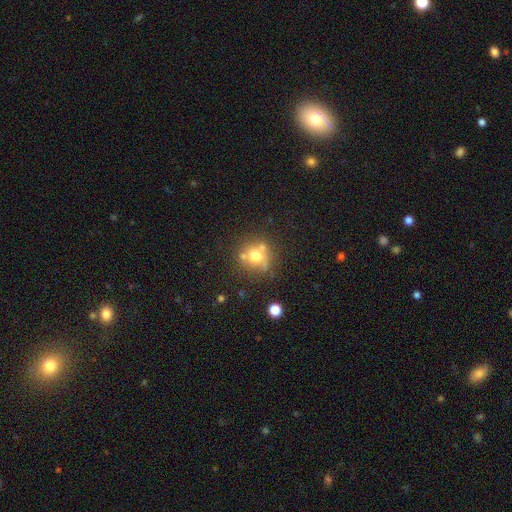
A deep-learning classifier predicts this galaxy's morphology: Smooth or featured? smooth (65%)
How rounded? round (86%)
Merging? none (58%)